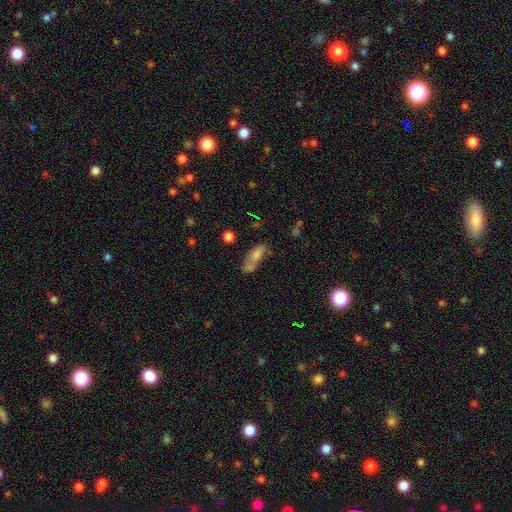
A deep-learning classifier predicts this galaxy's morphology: A smooth galaxy with no disk features (68%) that is in between round and cigar-shaped (59%).

Vote fractions:
- Smooth or featured? smooth: 68% / featured or disk: 21% / star or artifact: 10%
- How rounded? in between: 59% / cigar-shaped: 37% / round: 4%
- Merging? none: 38% / minor disturbance: 24% / merger: 22% / major disturbance: 16%